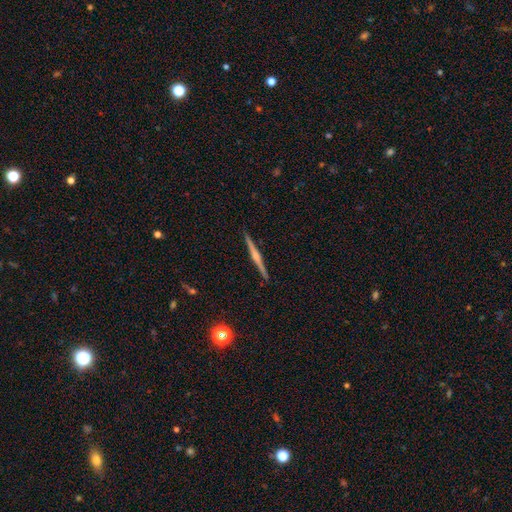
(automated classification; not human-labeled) Overall: featured or disk (76%). Edge-on disk: yes (99%). Edge-on bulge: rounded (79%). Merging: none (92%).